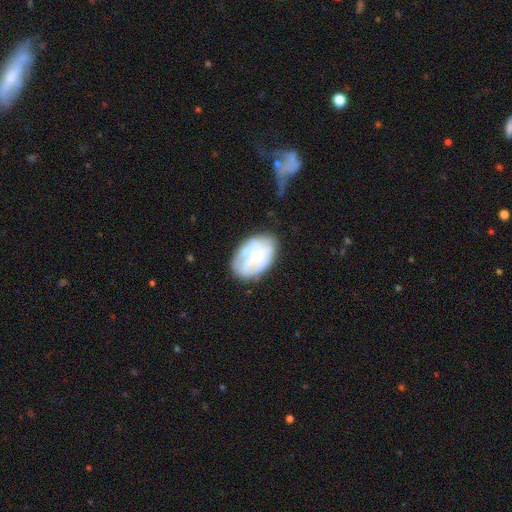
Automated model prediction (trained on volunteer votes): Smooth or featured? smooth (47%)
Merging? none (53%)